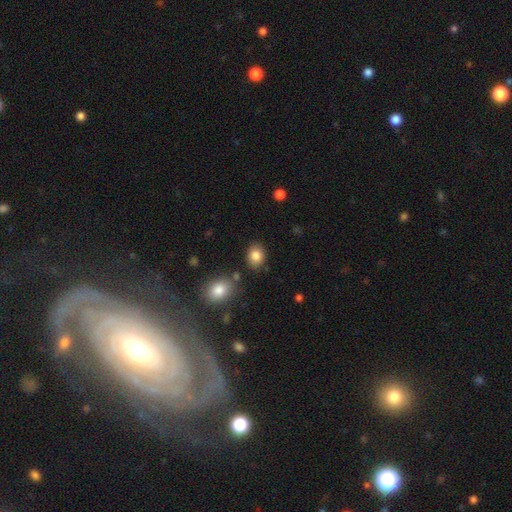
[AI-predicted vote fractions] Smooth or featured: smooth — 84% (star or artifact — 9%)
How rounded: in between — 55% (round — 44%)
Merging: none — 82% (minor disturbance — 11%)